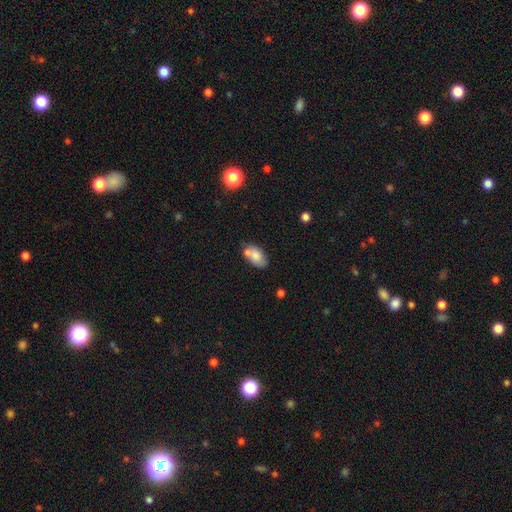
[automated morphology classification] Smooth or featured: smooth — 75% (featured or disk — 17%)
How rounded: in between — 92% (round — 5%)
Merging: none — 54% (merger — 23%)